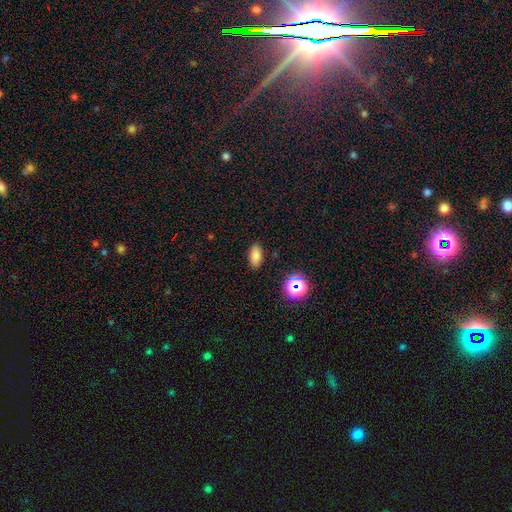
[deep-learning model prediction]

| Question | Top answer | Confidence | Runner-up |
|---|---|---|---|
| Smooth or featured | smooth | 81% | star or artifact (13%) |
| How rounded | in between | 89% | cigar-shaped (6%) |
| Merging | none | 88% | minor disturbance (8%) |